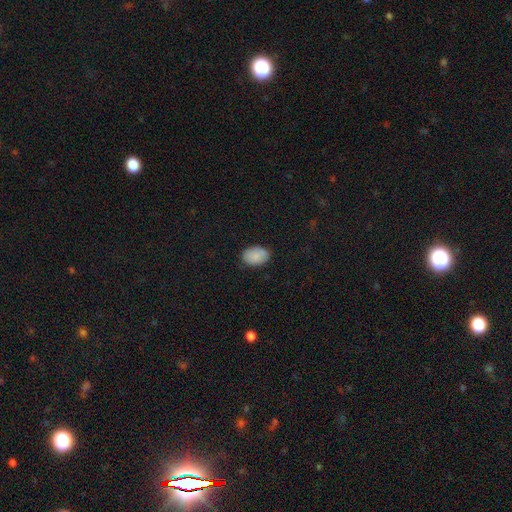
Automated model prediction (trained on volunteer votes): Smooth or featured: smooth — 88% (star or artifact — 7%)
How rounded: in between — 85% (round — 14%)
Merging: none — 84% (minor disturbance — 13%)